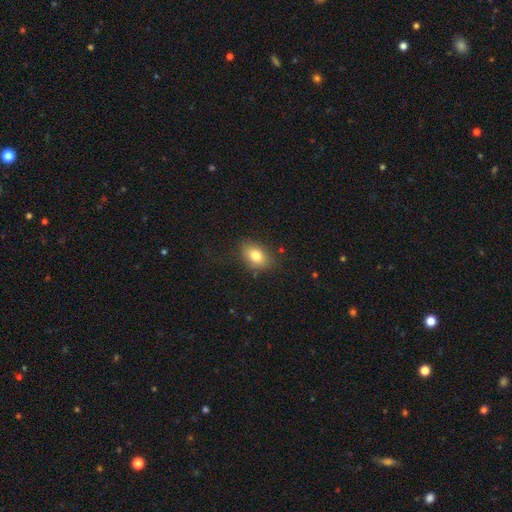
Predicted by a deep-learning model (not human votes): This is likely a smooth galaxy (80%). How rounded: clearly in between (81%). Merging: likely none (77%).